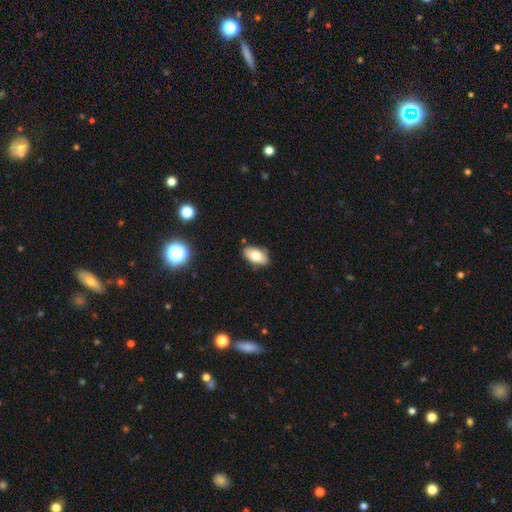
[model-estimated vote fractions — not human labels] Smooth or featured? Predicted: smooth (p=0.78). How rounded? Predicted: in between (p=0.93). Merging? Predicted: none (p=0.84).